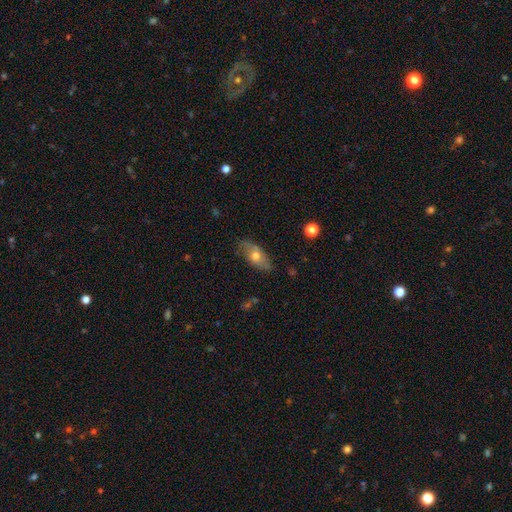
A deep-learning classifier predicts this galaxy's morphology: type=smooth (55%); roundness=in between (84%); merging=none (74%).